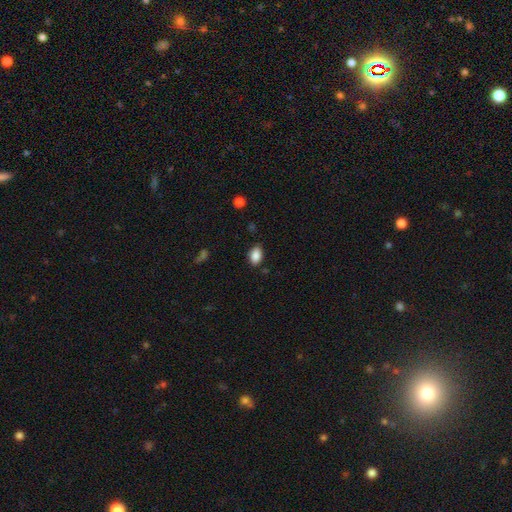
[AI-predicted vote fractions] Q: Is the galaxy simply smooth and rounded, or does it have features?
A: smooth — 88%.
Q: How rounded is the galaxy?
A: in between — 87%.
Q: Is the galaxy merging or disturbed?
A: none — 82%.